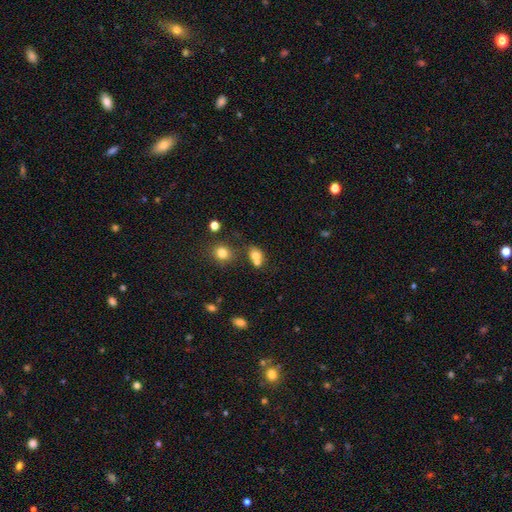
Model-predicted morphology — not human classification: Overall: smooth (74%). How rounded: round (57%; in between 42%). Merging: merger (44%; none 40%).